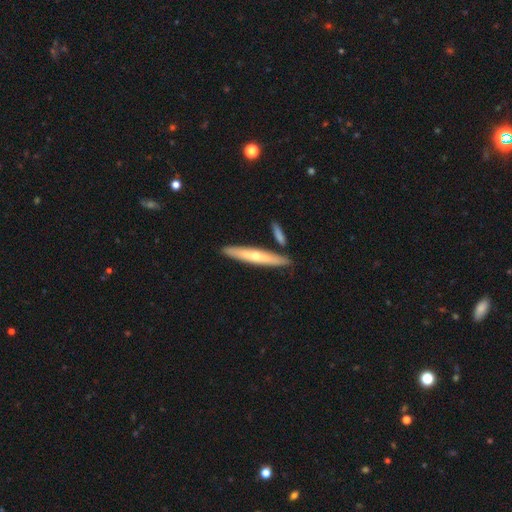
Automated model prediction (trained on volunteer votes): smooth-or-featured: featured or disk: 53% | smooth: 42% | star or artifact: 6%
  disk-edge-on: yes: 86% | no: 14%
  merging: none: 83% | minor disturbance: 9% | merger: 6% | major disturbance: 2%